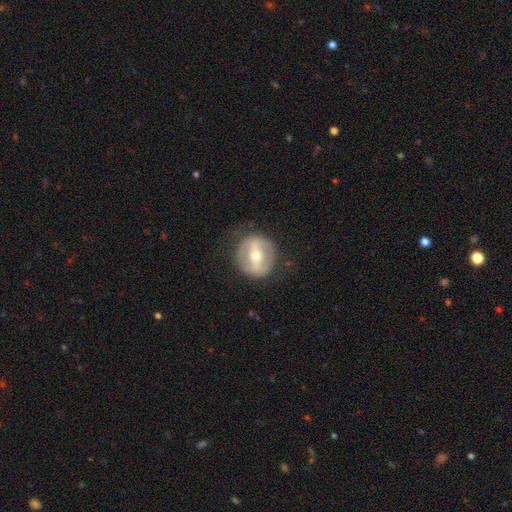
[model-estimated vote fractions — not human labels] This appears to be a featured or disk galaxy (68%) with a strong bar (63%), no spiral arms (67%) and a moderate central bulge (67%). Merging: none (81%).